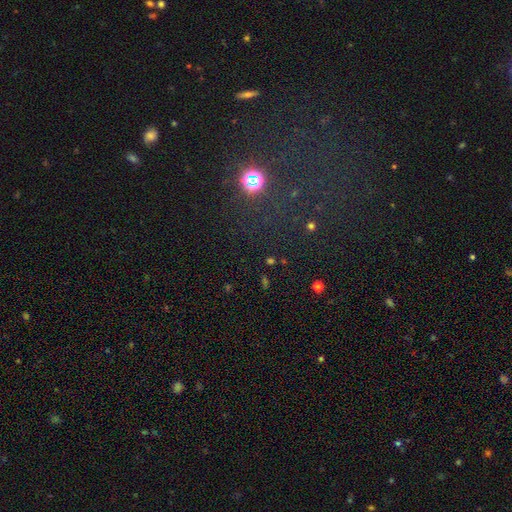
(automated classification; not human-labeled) smooth-or-featured: star or artifact: 64% | smooth: 25% | featured or disk: 11%